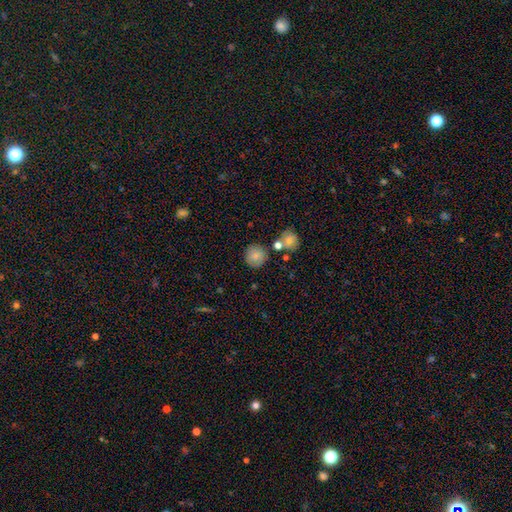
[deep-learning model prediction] Q: Smooth or featured?
A: smooth (82%); runner-up: star or artifact (9%)
Q: How rounded?
A: round (91%); runner-up: in between (8%)
Q: Merging?
A: none (75%); runner-up: minor disturbance (12%)